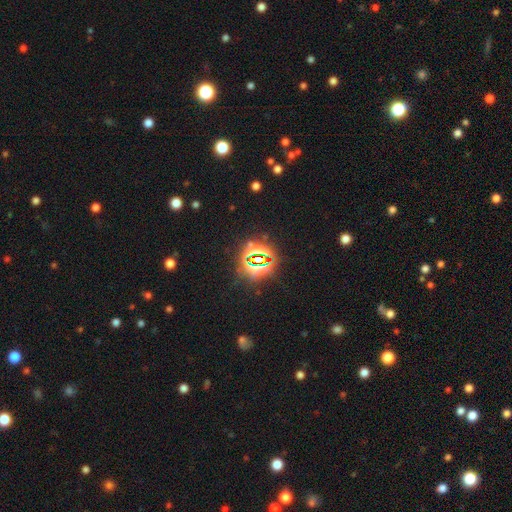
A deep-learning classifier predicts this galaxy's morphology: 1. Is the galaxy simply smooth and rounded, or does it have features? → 81% star or artifact, 11% smooth, 8% featured or disk.